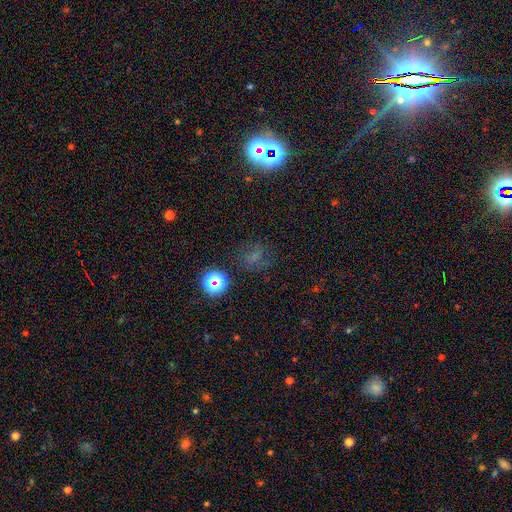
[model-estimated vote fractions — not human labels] A star or artifact, not a galaxy (46%).

Vote fractions:
- Smooth or featured? star or artifact: 46% / smooth: 41% / featured or disk: 13%